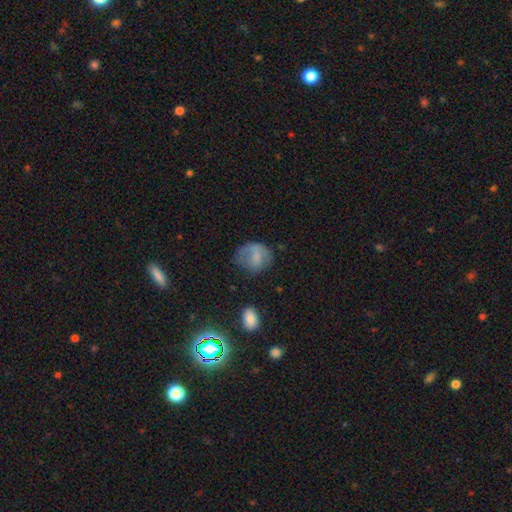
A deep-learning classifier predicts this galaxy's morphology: A smooth galaxy with no disk features (68%) that is round (64%).

Vote fractions:
- Smooth or featured? smooth: 68% / featured or disk: 22% / star or artifact: 9%
- How rounded? round: 64% / in between: 35% / cigar-shaped: 1%
- Merging? none: 44% / minor disturbance: 29% / major disturbance: 24% / merger: 3%